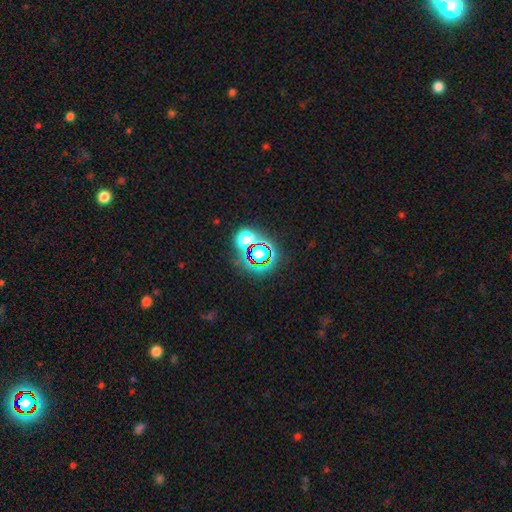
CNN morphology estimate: A star or artifact, not a galaxy (75%).

Vote fractions:
- Smooth or featured? star or artifact: 75% / smooth: 15% / featured or disk: 10%